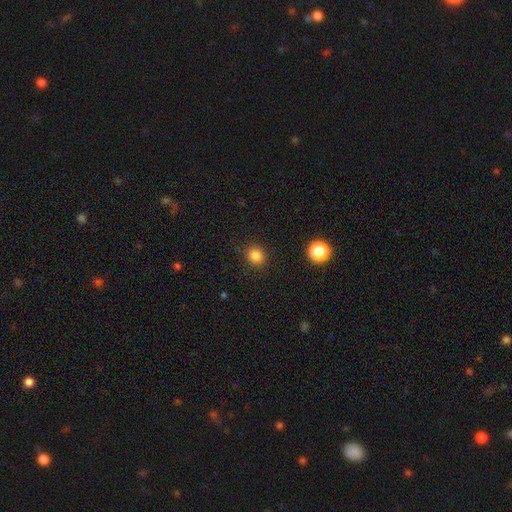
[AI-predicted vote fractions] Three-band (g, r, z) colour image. It shows a smooth galaxy with no disk features (84%) that is round (80%). Merging: none (89%).